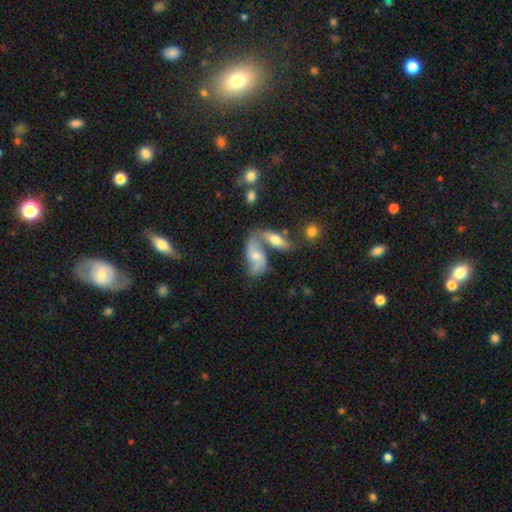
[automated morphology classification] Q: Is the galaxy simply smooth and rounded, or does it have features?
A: featured or disk — 59%.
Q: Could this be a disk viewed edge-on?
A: no — 90%.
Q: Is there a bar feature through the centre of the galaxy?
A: no — 63%.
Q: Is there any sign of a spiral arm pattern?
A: yes — 83%.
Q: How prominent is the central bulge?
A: moderate — 48%.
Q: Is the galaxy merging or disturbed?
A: merger — 53%.